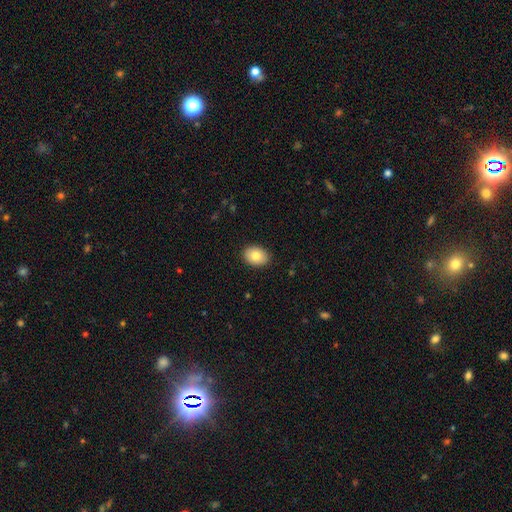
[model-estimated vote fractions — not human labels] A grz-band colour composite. It shows a smooth galaxy with no disk features (82%) that is in between round and cigar-shaped (72%). Merging: none (90%).